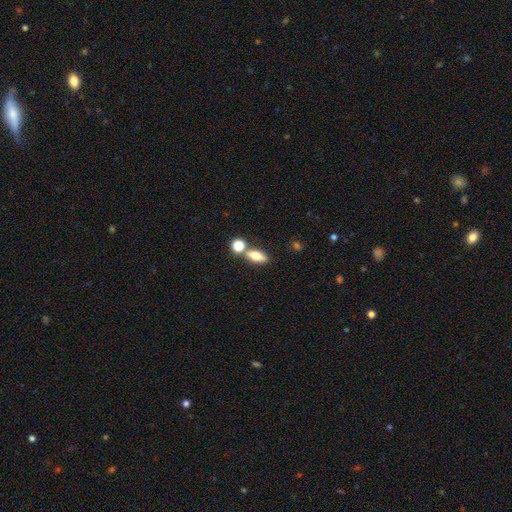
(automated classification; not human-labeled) Q: Smooth or featured?
A: smooth (68%); runner-up: featured or disk (23%)
Q: How rounded?
A: in between (66%); runner-up: cigar-shaped (22%)
Q: Merging?
A: none (62%); runner-up: merger (24%)